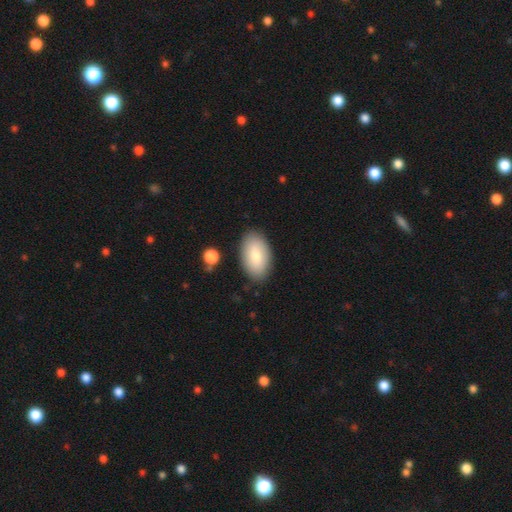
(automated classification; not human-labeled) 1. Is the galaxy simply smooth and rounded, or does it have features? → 78% smooth, 16% featured or disk, 6% star or artifact.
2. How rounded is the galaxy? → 94% in between, 5% round, 2% cigar-shaped.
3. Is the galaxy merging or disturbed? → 86% none, 10% minor disturbance, 3% major disturbance, 2% merger.